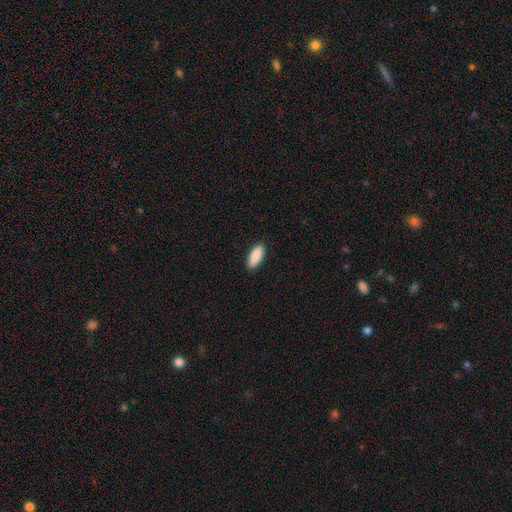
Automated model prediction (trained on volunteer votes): Smooth or featured?
  - smooth: 91% *
  - star or artifact: 6%
  - featured or disk: 4%
How rounded?
  - in between: 83% *
  - cigar-shaped: 16%
  - round: 2%
Merging?
  - none: 91% *
  - minor disturbance: 7%
  - major disturbance: 2%
  - merger: 1%